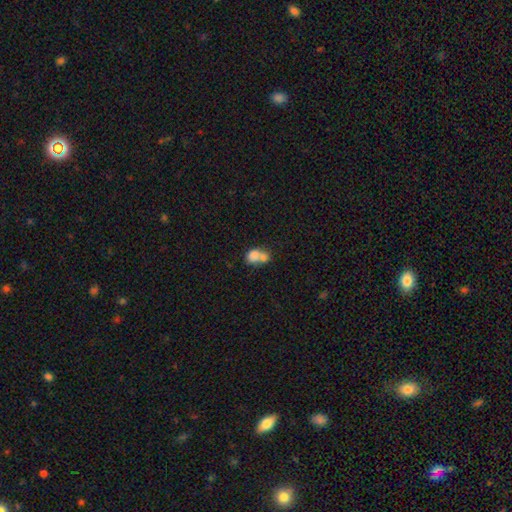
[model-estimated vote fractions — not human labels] Smooth or featured? Predicted: smooth (p=0.76). How rounded? Predicted: in between (p=0.54). Merging? Predicted: merger (p=0.66).